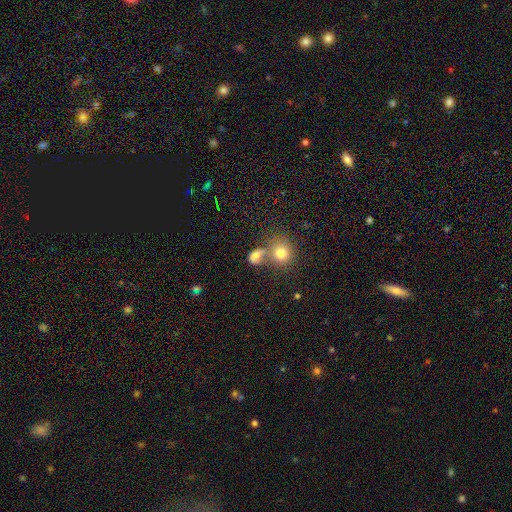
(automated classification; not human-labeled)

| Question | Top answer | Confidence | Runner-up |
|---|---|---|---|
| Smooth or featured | smooth | 69% | featured or disk (16%) |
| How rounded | round | 55% | in between (43%) |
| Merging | merger | 48% | none (33%) |